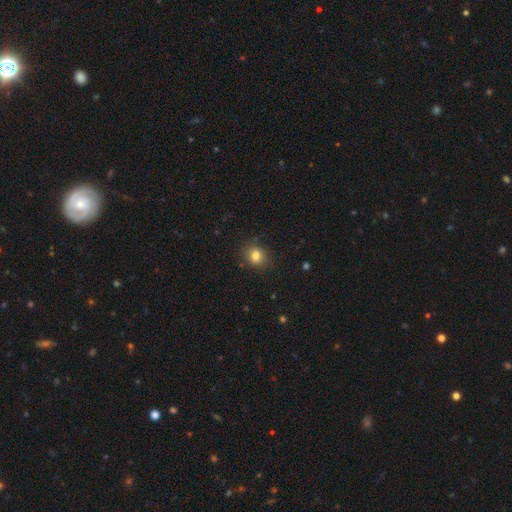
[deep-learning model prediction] Q: Smooth or featured?
A: smooth (81%); runner-up: star or artifact (12%)
Q: How rounded?
A: round (67%); runner-up: in between (32%)
Q: Merging?
A: none (83%); runner-up: minor disturbance (12%)